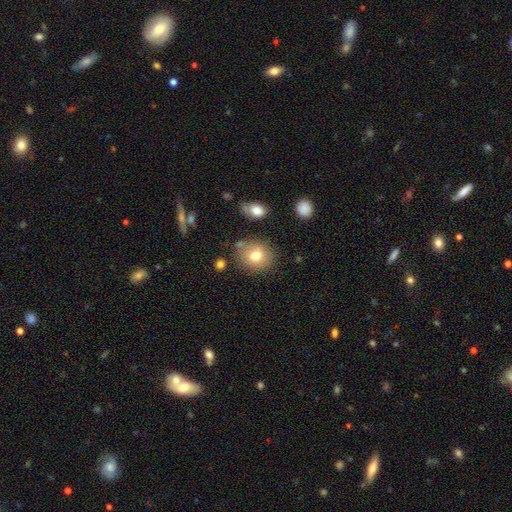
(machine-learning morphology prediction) Q: Smooth or featured?
A: smooth (74%); runner-up: featured or disk (15%)
Q: How rounded?
A: round (70%); runner-up: in between (29%)
Q: Merging?
A: none (75%); runner-up: minor disturbance (14%)